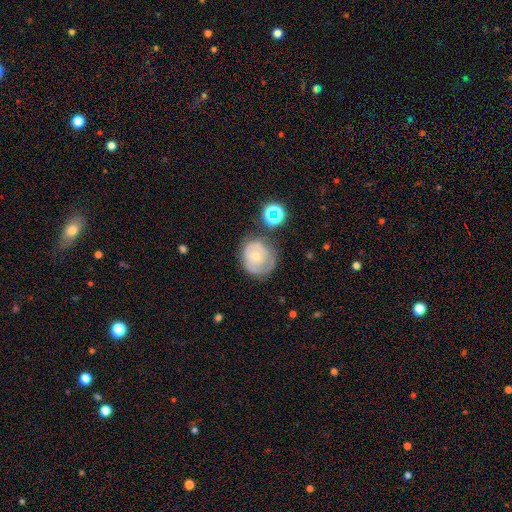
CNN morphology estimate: Smooth or featured? featured or disk (47%)
Merging? none (53%)